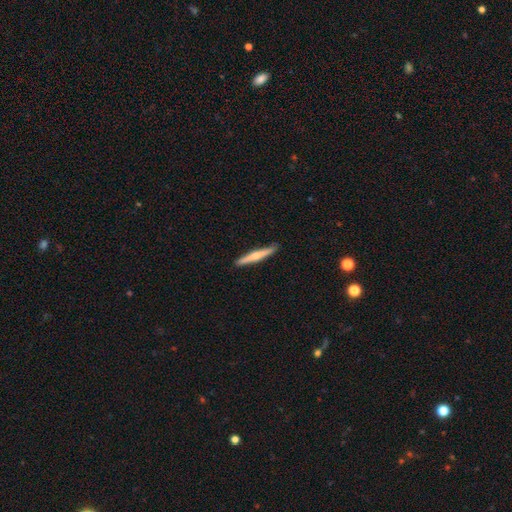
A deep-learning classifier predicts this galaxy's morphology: smooth 51%, featured or disk 44%, star or artifact 5%. Down the decision tree: how rounded — cigar-shaped (95%); merging — none (90%).